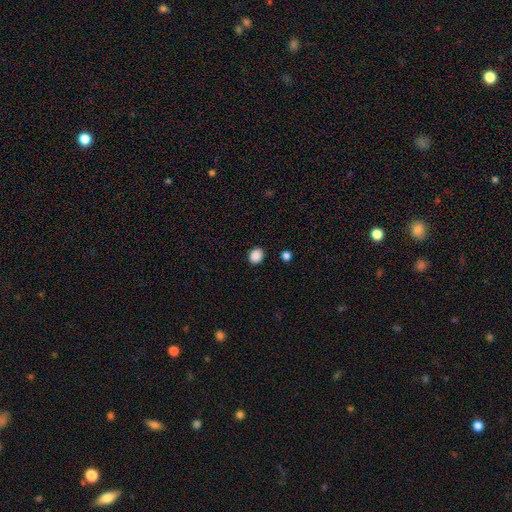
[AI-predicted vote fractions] Smooth or featured? smooth (88%)
How rounded? round (71%)
Merging? none (90%)